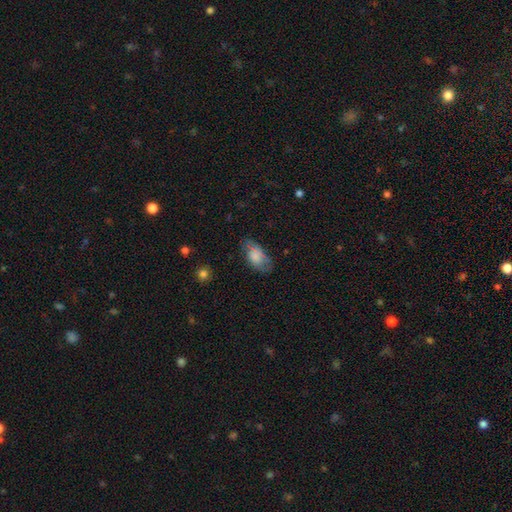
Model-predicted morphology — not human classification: Smooth or featured: smooth — 71% (featured or disk — 21%)
How rounded: in between — 92% (round — 5%)
Merging: none — 63% (minor disturbance — 26%)